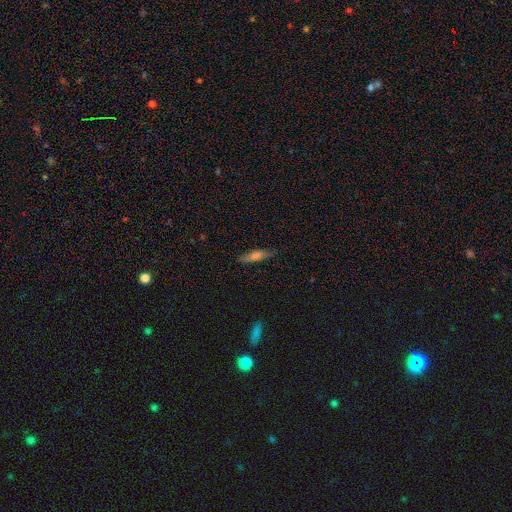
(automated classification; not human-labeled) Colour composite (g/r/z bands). It shows a smooth galaxy with no disk features (56%) that is cigar-shaped (78%). Merging: none (84%).